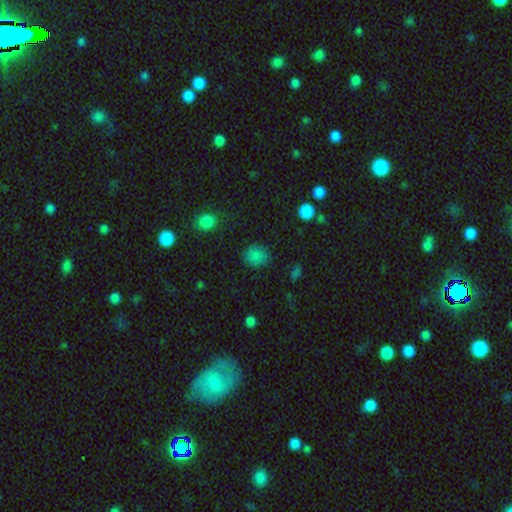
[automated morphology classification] Smooth or featured? smooth (83%)
How rounded? round (71%)
Merging? none (84%)